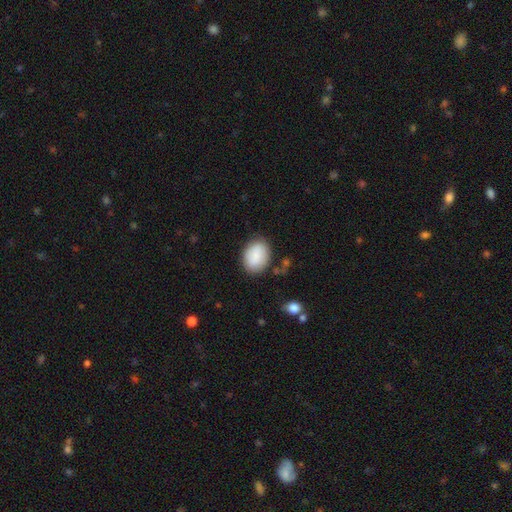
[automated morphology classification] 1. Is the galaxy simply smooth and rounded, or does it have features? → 86% smooth, 7% featured or disk, 6% star or artifact.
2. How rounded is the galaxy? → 72% in between, 27% round, 1% cigar-shaped.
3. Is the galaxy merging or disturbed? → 80% none, 14% minor disturbance, 4% major disturbance, 2% merger.